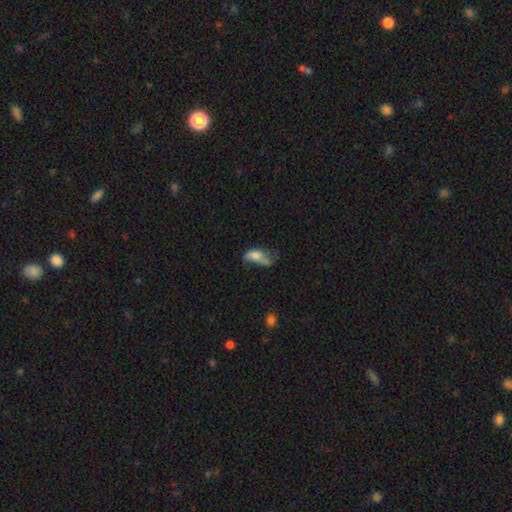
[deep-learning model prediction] The model was most divided on "merging": major disturbance: 38%, none: 28%, minor disturbance: 27%, merger: 7%. More confident: how rounded — in between (84%); smooth or featured — smooth (54%).